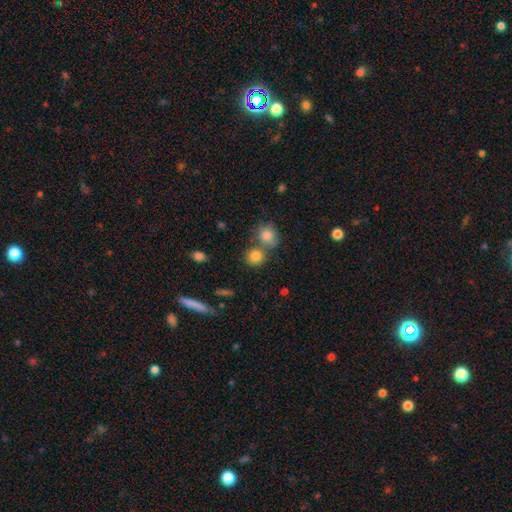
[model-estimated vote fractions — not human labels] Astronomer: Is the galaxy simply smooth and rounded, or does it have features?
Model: smooth — 82%.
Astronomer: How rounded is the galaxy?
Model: round — 82%.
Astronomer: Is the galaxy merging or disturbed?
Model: none — 55% (runner-up: merger, 33%).